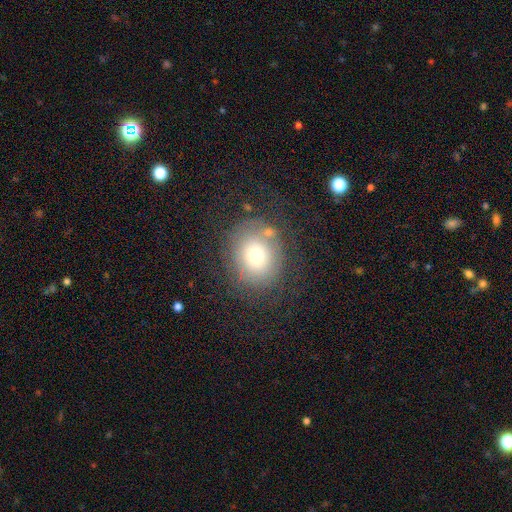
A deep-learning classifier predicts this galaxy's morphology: A smooth galaxy with no disk features (62%) that is round (73%).

Vote fractions:
- Smooth or featured? smooth: 62% / featured or disk: 25% / star or artifact: 13%
- How rounded? round: 73% / in between: 26% / cigar-shaped: 1%
- Merging? none: 70% / minor disturbance: 15% / major disturbance: 11% / merger: 4%